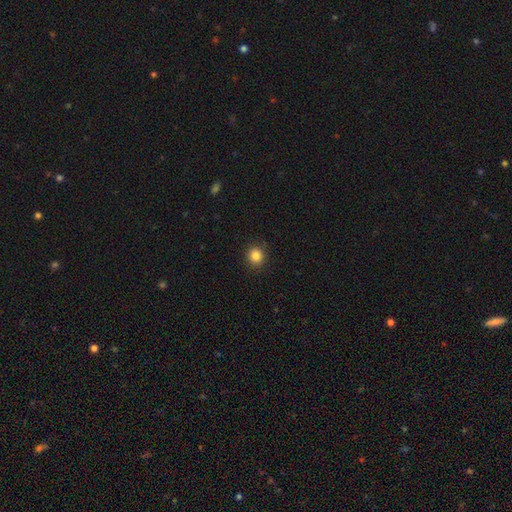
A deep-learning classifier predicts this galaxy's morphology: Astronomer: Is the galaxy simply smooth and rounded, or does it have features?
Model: smooth — 85%.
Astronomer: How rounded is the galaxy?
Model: round — 89%.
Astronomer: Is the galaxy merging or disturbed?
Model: none — 91%.